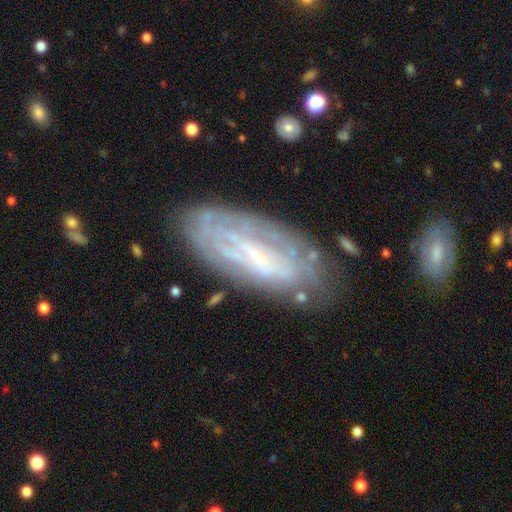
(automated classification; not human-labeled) A featured or disk galaxy (70%) with a weak bar (39%), spiral arms (67%) and a small central bulge (56%).

Vote fractions:
- Smooth or featured? featured or disk: 70% / smooth: 23% / star or artifact: 8%
- Edge-on disk? no: 86% / yes: 14%
- Bar? weak: 39% / no: 38% / strong: 23%
- Spiral arms? yes: 67% / no: 33%
- Bulge size? small: 56% / none: 24% / moderate: 17% / large: 2% / dominant: 1%
- Merging? none: 70% / minor disturbance: 20% / major disturbance: 7% / merger: 3%